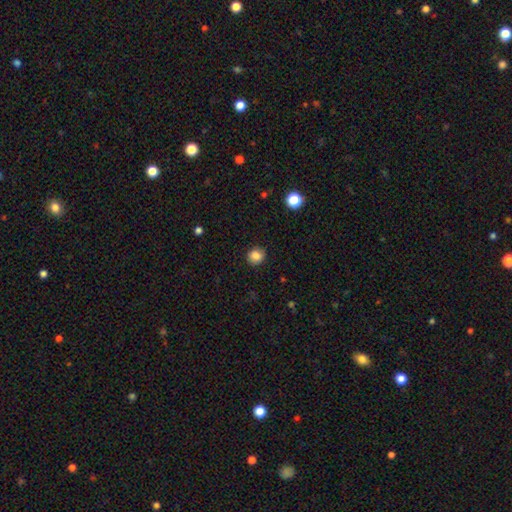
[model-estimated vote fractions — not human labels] Overall: smooth (85%). How rounded: round (87%). Merging: none (89%).